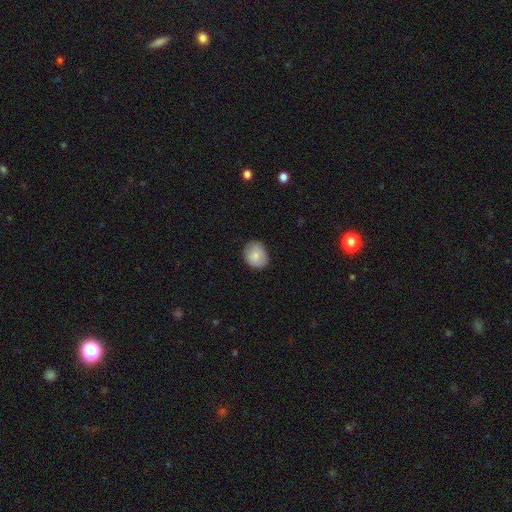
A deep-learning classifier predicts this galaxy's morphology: Overall: smooth (81%). How rounded: round (51%; in between 48%). Merging: none (81%).